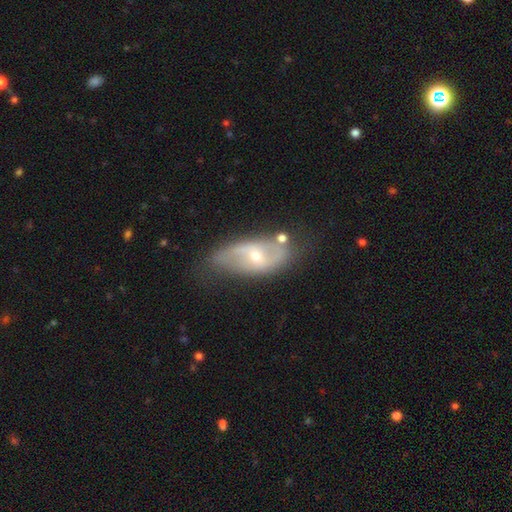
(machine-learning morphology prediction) A featured or disk galaxy (72%) with a weak bar (47%), 2 (81%) loose (54%) spiral arms (79%) and a moderate central bulge (49%). Merging: none (62%).